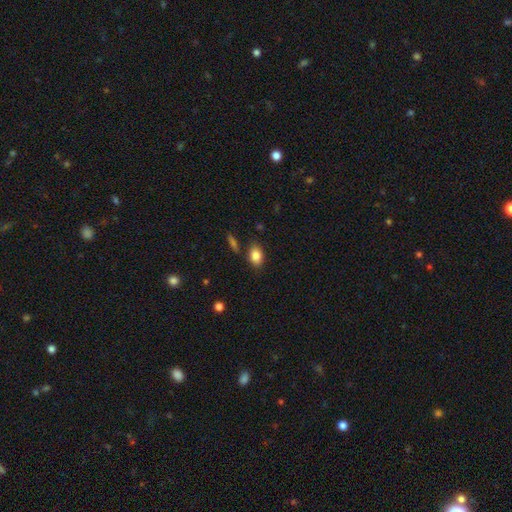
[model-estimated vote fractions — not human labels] Morphology: type=smooth (85%); roundness=in between (80%); merging=none (81%).